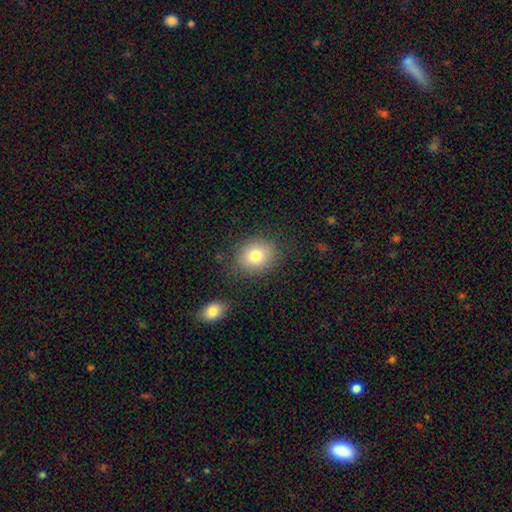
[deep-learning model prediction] This is likely a smooth galaxy (78%). How rounded: likely round (62%). Merging: clearly none (82%).